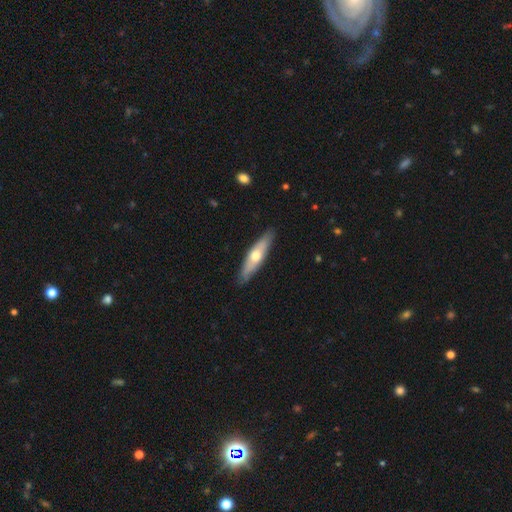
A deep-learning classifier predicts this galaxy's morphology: Smooth or featured? Predicted: featured or disk (p=0.49). Merging? Predicted: none (p=0.88).